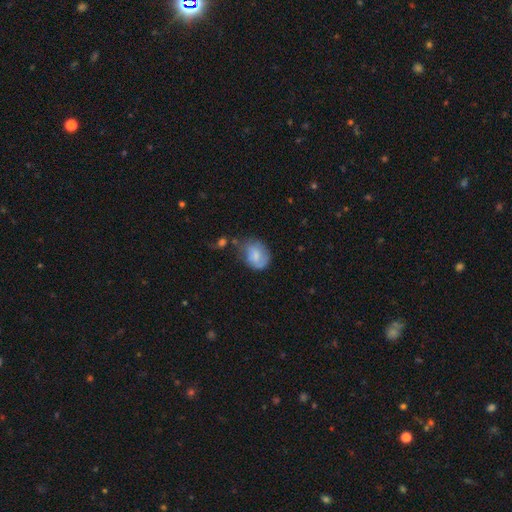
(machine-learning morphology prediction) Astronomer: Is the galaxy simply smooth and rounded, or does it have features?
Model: smooth — 70%.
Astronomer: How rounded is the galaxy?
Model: in between — 58% (runner-up: round, 40%).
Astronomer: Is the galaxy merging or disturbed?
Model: none — 47% (runner-up: minor disturbance, 32%).